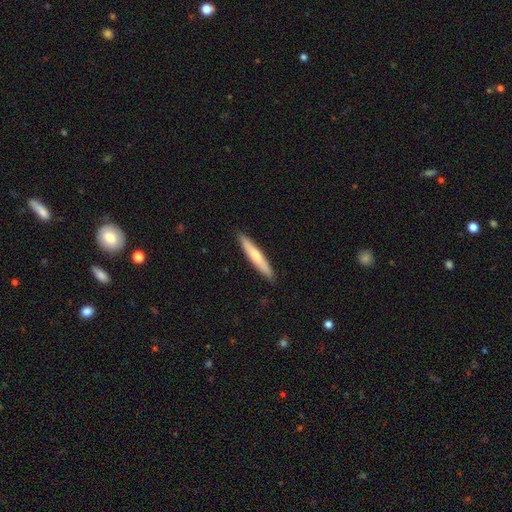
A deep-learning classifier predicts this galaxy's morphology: smooth 63%, featured or disk 32%, star or artifact 5%. Down the decision tree: how rounded — cigar-shaped (93%); merging — none (90%).